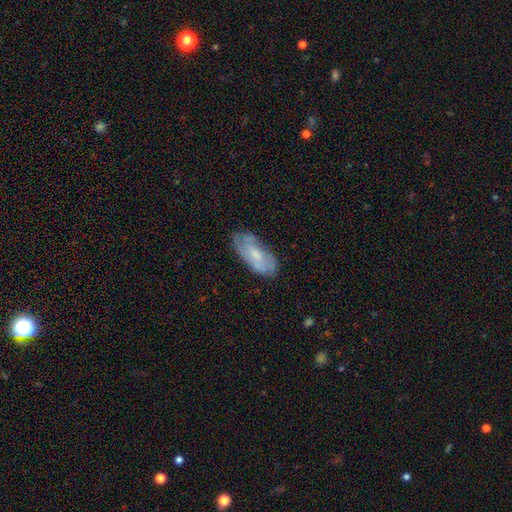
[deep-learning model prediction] A featured or disk galaxy (50%).

Vote fractions:
- Smooth or featured? featured or disk: 50% / smooth: 43% / star or artifact: 7%
- Edge-on disk? no: 88% / yes: 12%
- Merging? none: 66% / minor disturbance: 24% / major disturbance: 7% / merger: 2%